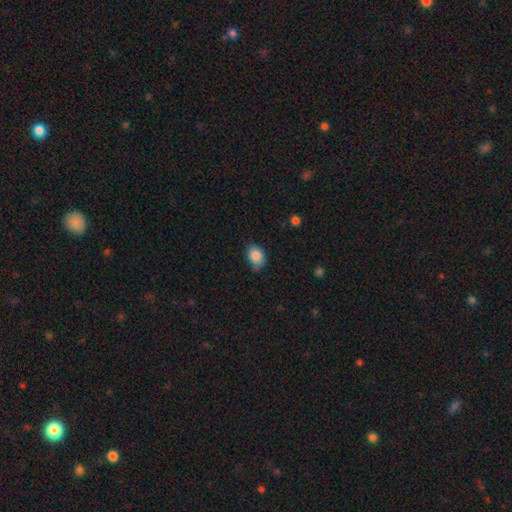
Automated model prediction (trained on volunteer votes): This appears to be a smooth galaxy with no disk features (86%) that is in between round and cigar-shaped (74%). Merging: none (69%).